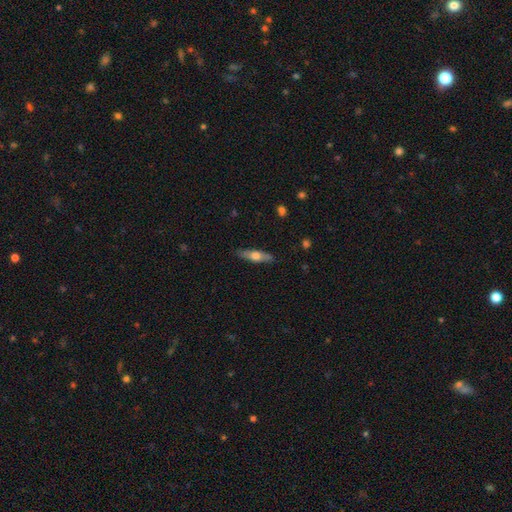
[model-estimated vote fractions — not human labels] The model was most divided on "smooth or featured": smooth: 51%, featured or disk: 44%, star or artifact: 6%. More confident: merging — none (85%); how rounded — cigar-shaped (62%).